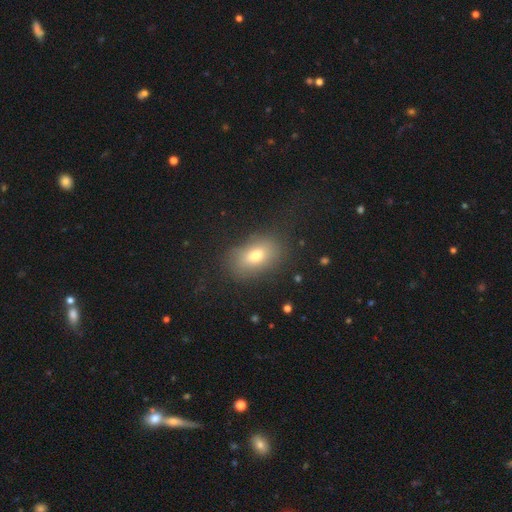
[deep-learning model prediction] Smooth or featured: smooth — 73% (featured or disk — 16%)
How rounded: in between — 83% (round — 15%)
Merging: none — 75% (minor disturbance — 16%)